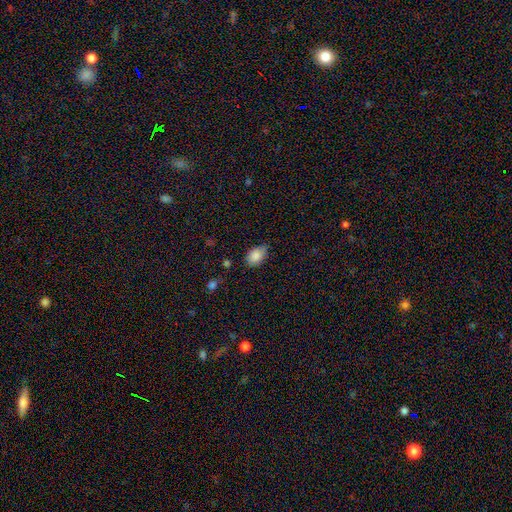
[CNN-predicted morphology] Smooth or featured?
  - smooth: 87% *
  - star or artifact: 8%
  - featured or disk: 6%
How rounded?
  - in between: 84% *
  - round: 14%
  - cigar-shaped: 1%
Merging?
  - none: 63% *
  - minor disturbance: 30%
  - major disturbance: 5%
  - merger: 2%